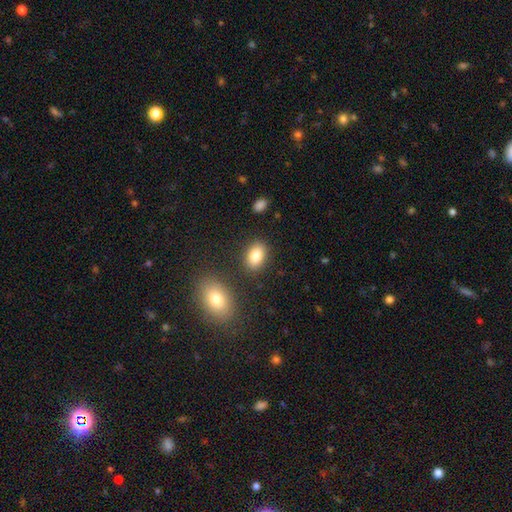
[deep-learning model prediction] Overall: smooth (84%). How rounded: in between (83%). Merging: none (83%).